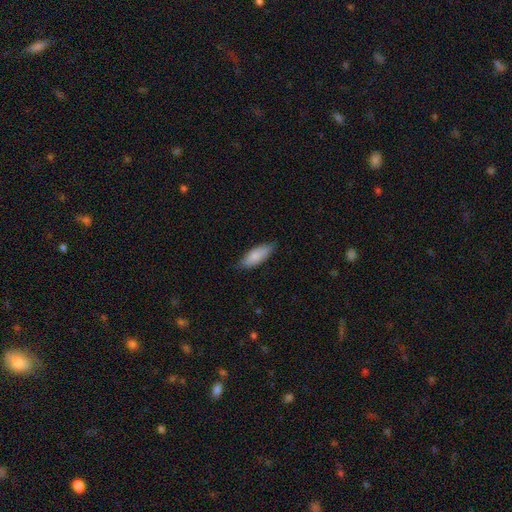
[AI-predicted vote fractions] The model was most divided on "how rounded": in between: 73%, cigar-shaped: 25%, round: 2%. More confident: smooth or featured — smooth (83%); merging — none (81%).